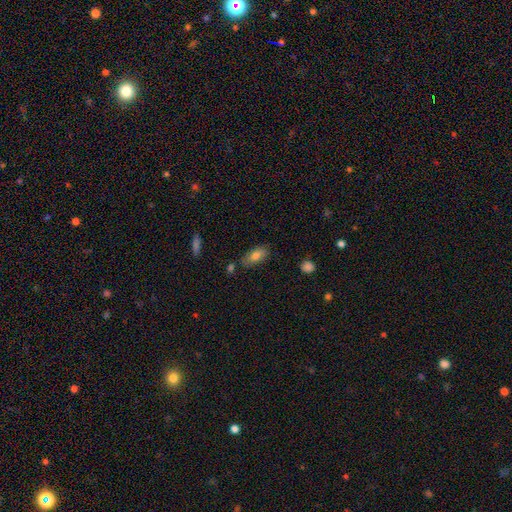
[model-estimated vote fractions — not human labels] The model was most divided on "smooth or featured": smooth: 76%, featured or disk: 16%, star or artifact: 8%. More confident: how rounded — in between (89%); merging — none (76%).